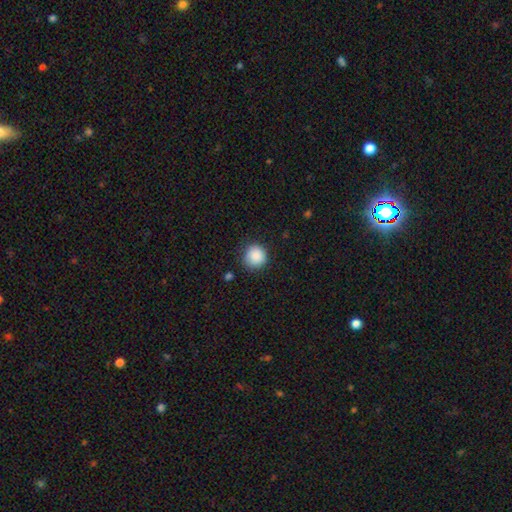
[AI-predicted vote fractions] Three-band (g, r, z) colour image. It shows a smooth galaxy with no disk features (88%) that is round (93%). Merging: none (84%).